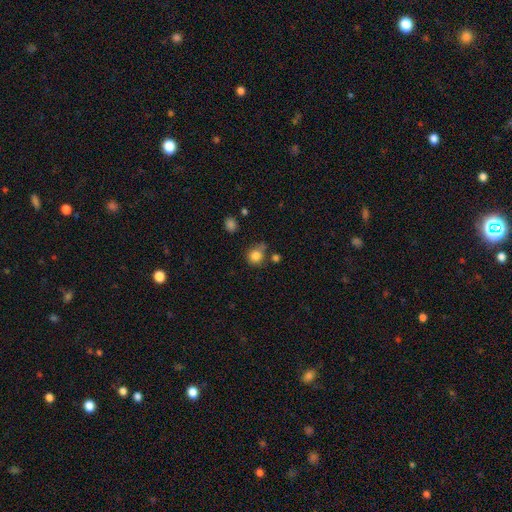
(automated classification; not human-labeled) Morphology: type=smooth (83%); roundness=round (85%); merging=none (63%).